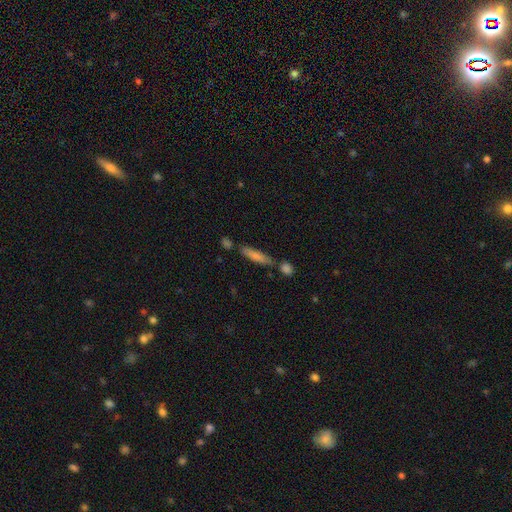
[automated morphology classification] Smooth or featured?
  - smooth: 41% *
  - featured or disk: 34%
  - star or artifact: 25%
Merging?
  - none: 71% *
  - merger: 12%
  - minor disturbance: 12%
  - major disturbance: 6%